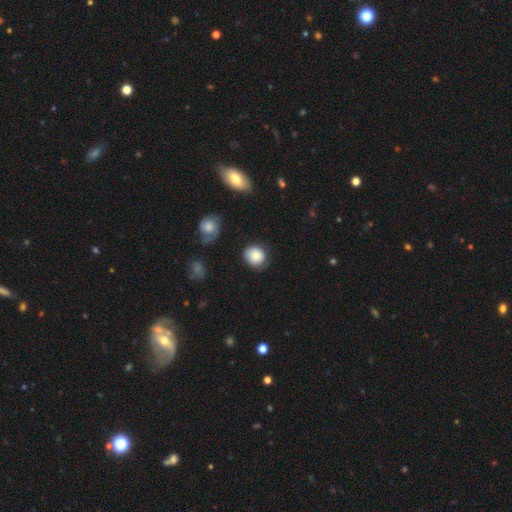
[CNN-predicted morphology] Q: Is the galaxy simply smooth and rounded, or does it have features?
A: smooth — 79%.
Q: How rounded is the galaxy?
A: round — 81%.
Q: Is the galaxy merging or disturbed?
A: none — 72%.